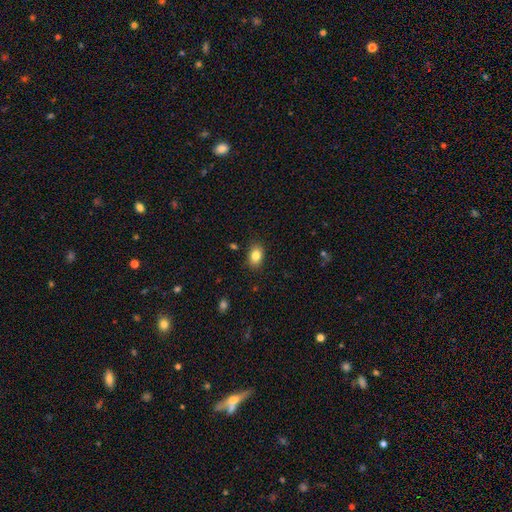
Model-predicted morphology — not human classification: Q: Smooth or featured?
A: smooth (84%); runner-up: star or artifact (9%)
Q: How rounded?
A: in between (77%); runner-up: round (22%)
Q: Merging?
A: none (86%); runner-up: minor disturbance (10%)